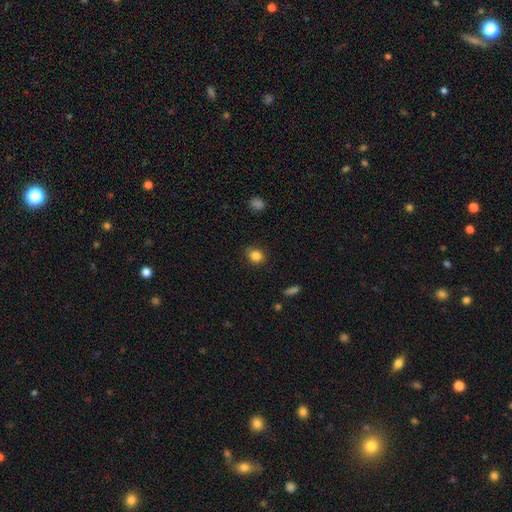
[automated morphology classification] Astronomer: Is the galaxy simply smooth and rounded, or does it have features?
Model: smooth — 85%.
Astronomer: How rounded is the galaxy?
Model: round — 57% (runner-up: in between, 42%).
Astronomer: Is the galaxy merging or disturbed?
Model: none — 80%.